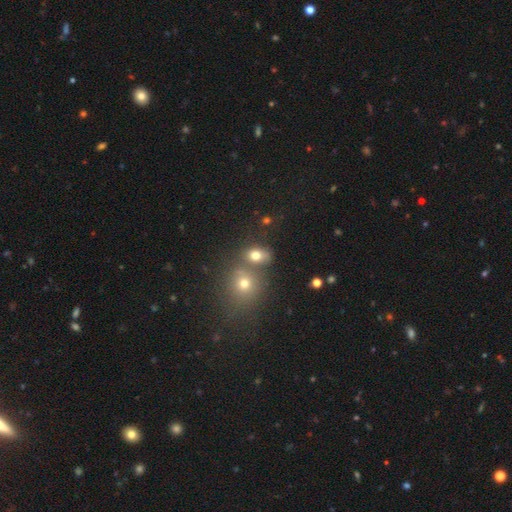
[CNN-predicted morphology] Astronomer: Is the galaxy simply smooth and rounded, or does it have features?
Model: smooth — 72%.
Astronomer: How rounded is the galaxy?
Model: in between — 56% (runner-up: round, 42%).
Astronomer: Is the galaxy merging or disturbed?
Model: none — 52% (runner-up: merger, 31%).